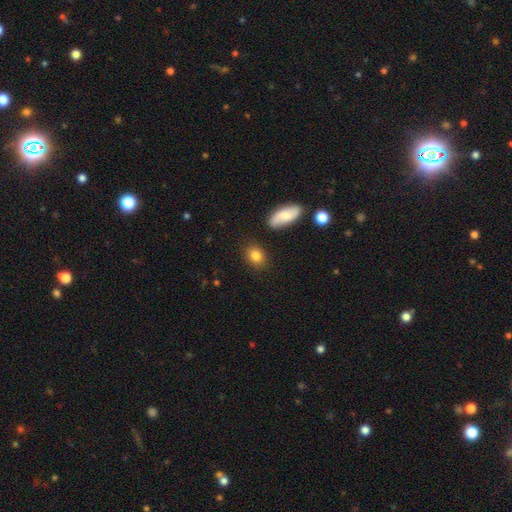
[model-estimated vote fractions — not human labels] Smooth or featured?
  - smooth: 83% *
  - star or artifact: 9%
  - featured or disk: 8%
How rounded?
  - in between: 61% *
  - round: 36%
  - cigar-shaped: 2%
Merging?
  - none: 84% *
  - minor disturbance: 10%
  - merger: 3%
  - major disturbance: 3%